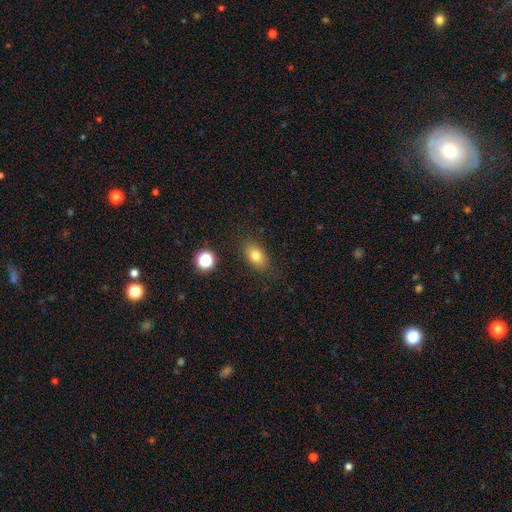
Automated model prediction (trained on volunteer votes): The model was most divided on "smooth or featured": smooth: 77%, featured or disk: 12%, star or artifact: 11%. More confident: merging — none (84%); how rounded — in between (84%).